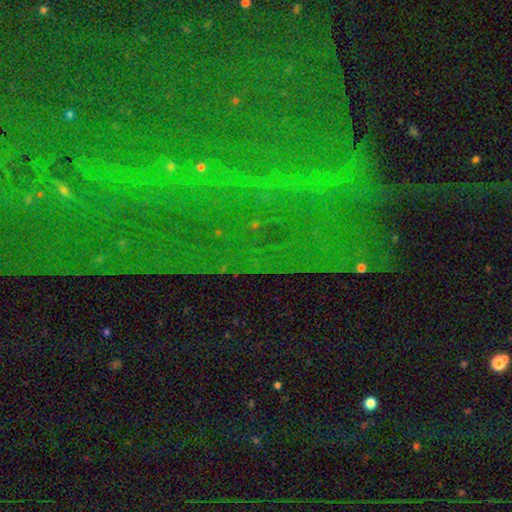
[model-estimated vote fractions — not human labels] This is clearly a star or artifact rather than a galaxy (84%).